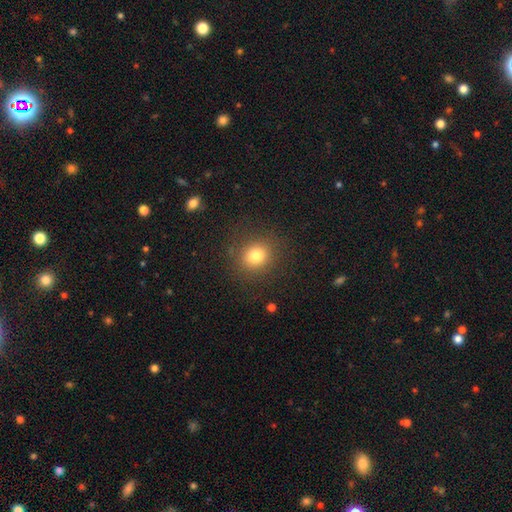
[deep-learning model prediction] A smooth galaxy with no disk features (79%) that is round (80%). Merging: none (86%).